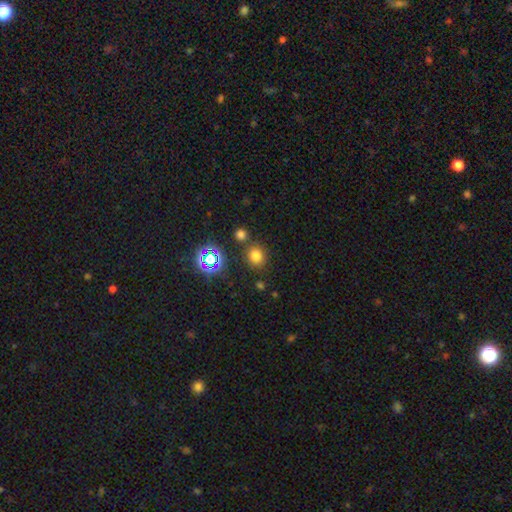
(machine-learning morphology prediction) smooth_or_featured: smooth (p=0.71) [alt: star or artifact p=0.23]
how_rounded: round (p=0.81) [alt: in between p=0.18]
merging: none (p=0.78) [alt: merger p=0.09]